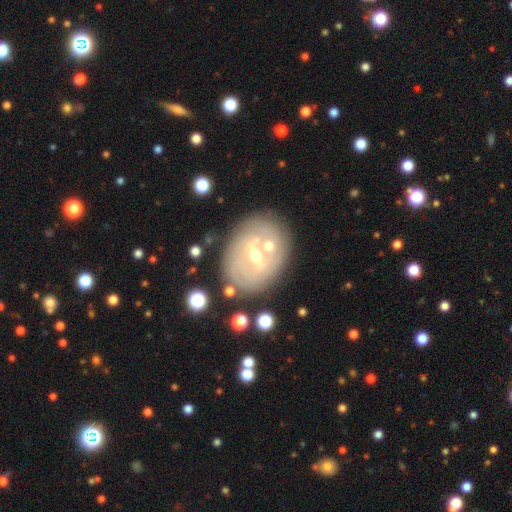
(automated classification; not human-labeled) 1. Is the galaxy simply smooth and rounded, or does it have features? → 70% featured or disk, 21% smooth, 9% star or artifact.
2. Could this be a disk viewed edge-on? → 93% no, 7% yes.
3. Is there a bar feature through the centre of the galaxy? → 46% weak, 32% strong, 22% no.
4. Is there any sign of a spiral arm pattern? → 56% no, 44% yes.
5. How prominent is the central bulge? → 57% moderate, 37% small, 3% large, 1% none, 1% dominant.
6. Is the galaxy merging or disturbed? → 72% none, 14% minor disturbance, 8% merger, 6% major disturbance.